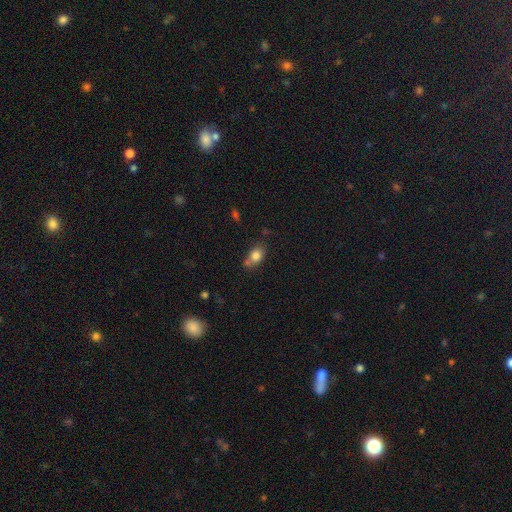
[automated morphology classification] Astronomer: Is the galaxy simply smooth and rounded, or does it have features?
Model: smooth — 81%.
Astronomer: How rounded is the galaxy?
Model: in between — 67%.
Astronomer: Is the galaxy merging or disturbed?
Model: none — 56%.